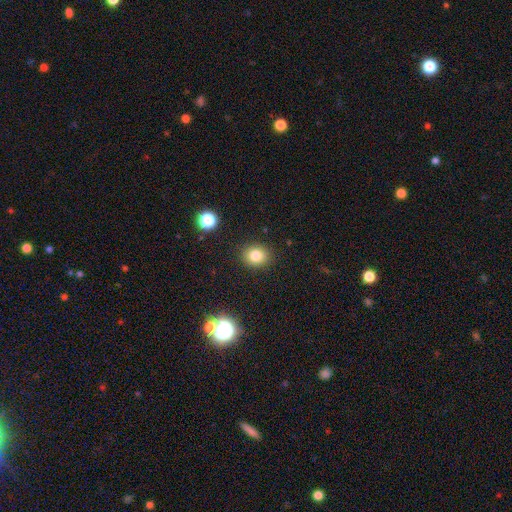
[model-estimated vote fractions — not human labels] The model was most divided on "how rounded": round: 65%, in between: 34%, cigar-shaped: 1%. More confident: merging — none (89%); smooth or featured — smooth (81%).